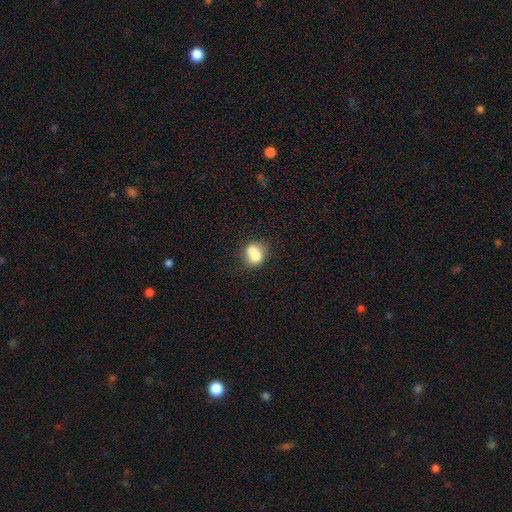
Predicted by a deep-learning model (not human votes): Morphology: type=smooth (68%); roundness=round (69%); merging=merger (58%).